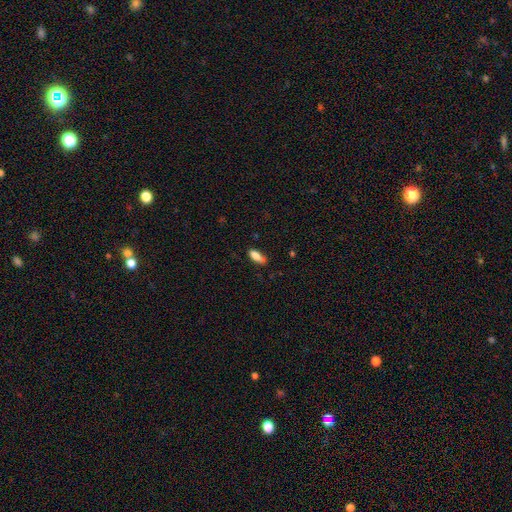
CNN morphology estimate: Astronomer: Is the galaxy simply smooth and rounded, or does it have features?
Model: smooth — 84%.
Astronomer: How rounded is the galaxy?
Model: in between — 74%.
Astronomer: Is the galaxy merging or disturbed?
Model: none — 68%.